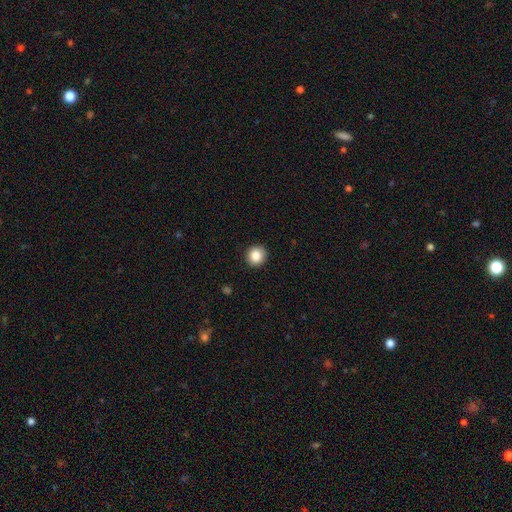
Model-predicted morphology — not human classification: Smooth or featured? Predicted: smooth (p=0.86). How rounded? Predicted: round (p=0.92). Merging? Predicted: none (p=0.91).